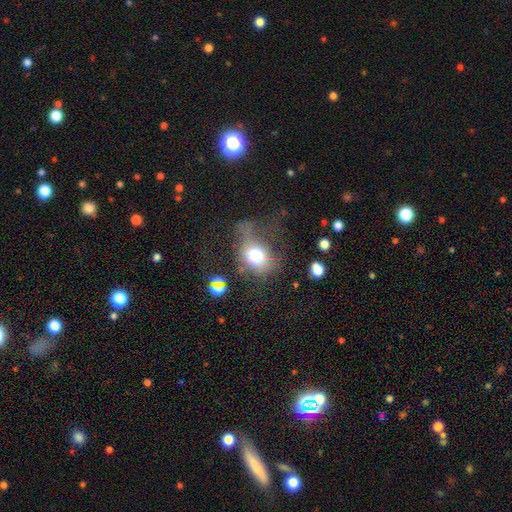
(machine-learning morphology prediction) The model was most divided on "merging": major disturbance: 43%, none: 28%, minor disturbance: 19%, merger: 9%. More confident: how rounded — round (58%); smooth or featured — smooth (57%).